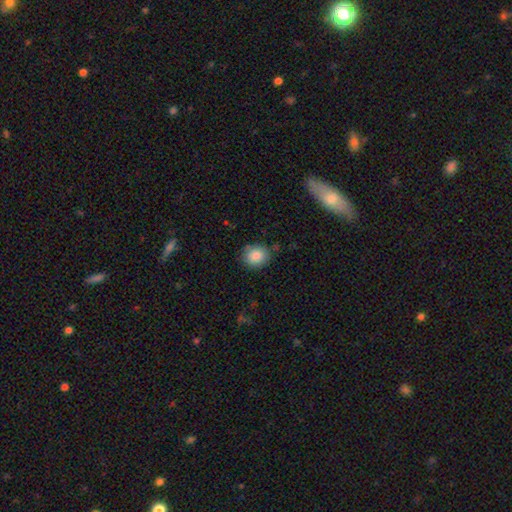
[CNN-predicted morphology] Smooth or featured? smooth (86%)
How rounded? round (74%)
Merging? none (83%)